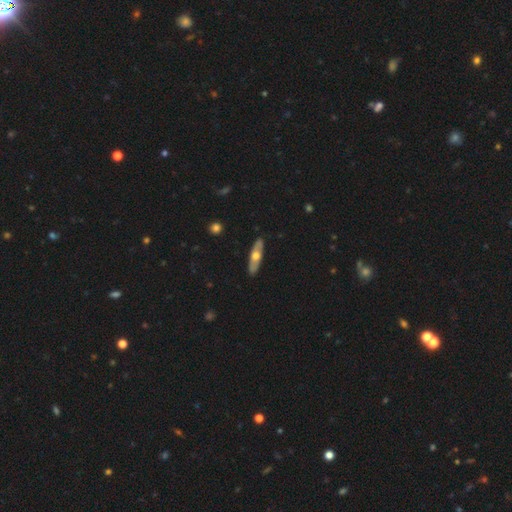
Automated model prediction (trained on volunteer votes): Smooth or featured? Predicted: featured or disk (p=0.50). Edge-on disk? Predicted: yes (p=0.64). Merging? Predicted: none (p=0.88).